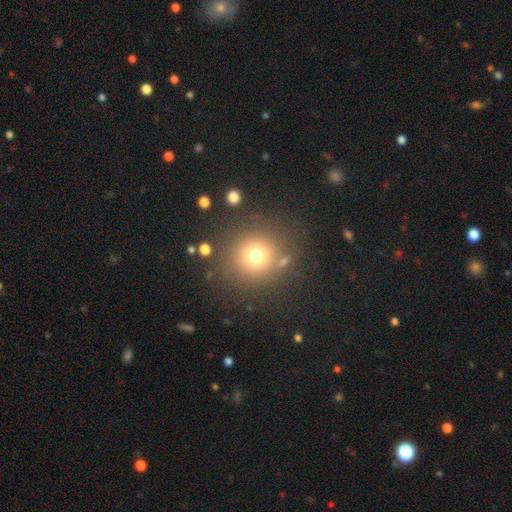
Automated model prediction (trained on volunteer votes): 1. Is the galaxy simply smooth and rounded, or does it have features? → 72% smooth, 17% star or artifact, 10% featured or disk.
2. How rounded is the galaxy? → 92% round, 7% in between, 1% cigar-shaped.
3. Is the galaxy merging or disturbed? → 82% none, 8% minor disturbance, 5% major disturbance, 5% merger.